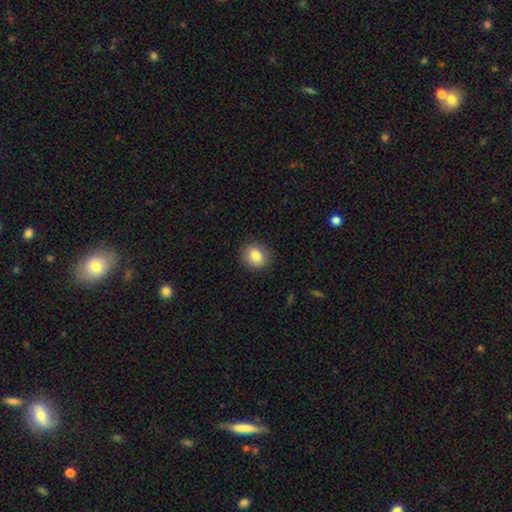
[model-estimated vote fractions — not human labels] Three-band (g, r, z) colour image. It shows a smooth galaxy with no disk features (83%) that is round (66%). Merging: none (88%).